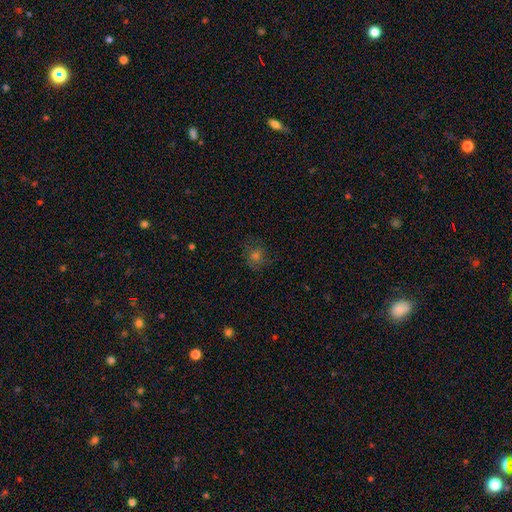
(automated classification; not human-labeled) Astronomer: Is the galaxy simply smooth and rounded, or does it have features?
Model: smooth — 51% (runner-up: star or artifact, 27%).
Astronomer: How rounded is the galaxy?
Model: round — 82%.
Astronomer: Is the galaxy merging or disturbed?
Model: none — 77%.